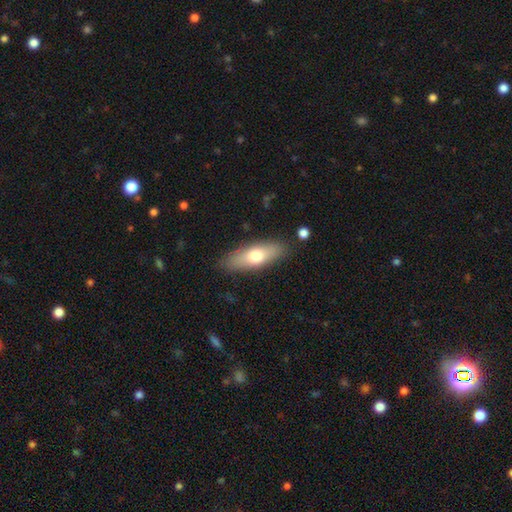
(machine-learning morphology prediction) smooth-or-featured: smooth: 66% | featured or disk: 28% | star or artifact: 6%
  how-rounded: in between: 59% | cigar-shaped: 39% | round: 3%
  merging: none: 84% | minor disturbance: 11% | major disturbance: 3% | merger: 2%